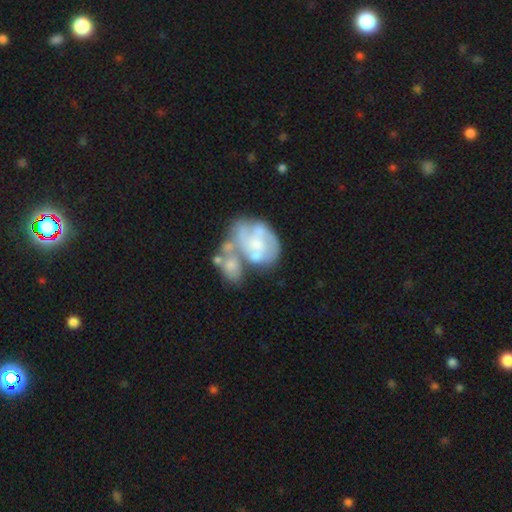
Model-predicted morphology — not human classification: This is likely a featured or disk galaxy (64%). It is clearly not viewed edge-on (98%). Bar: likely no (78%). Spiral arm pattern: possibly no (55%). Central bulge: marginally small (36%). Merging: marginally merger (42%).